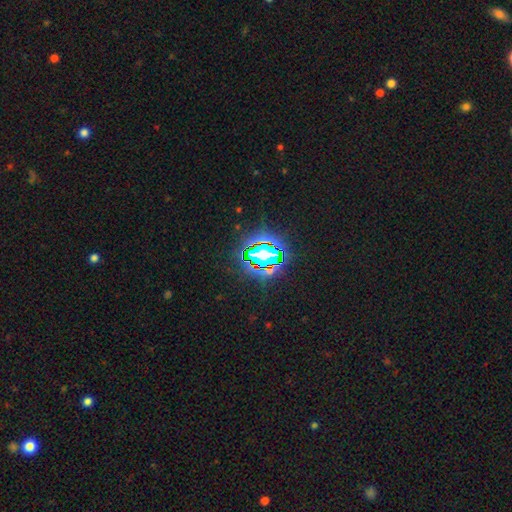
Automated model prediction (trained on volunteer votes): Q: Smooth or featured?
A: star or artifact (80%); runner-up: smooth (12%)